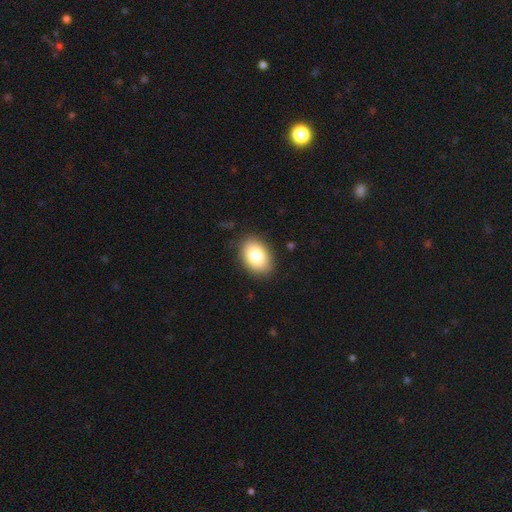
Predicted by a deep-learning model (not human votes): The model was most divided on "how rounded": in between: 83%, round: 16%, cigar-shaped: 1%. More confident: merging — none (87%); smooth or featured — smooth (83%).